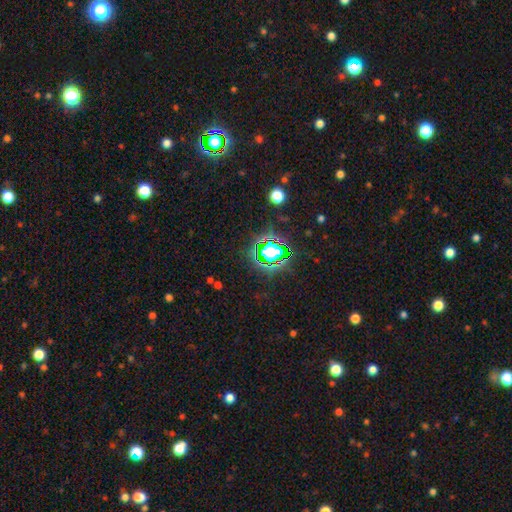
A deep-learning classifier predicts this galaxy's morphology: A star or artifact, not a galaxy (80%).

Vote fractions:
- Smooth or featured? star or artifact: 80% / smooth: 13% / featured or disk: 7%